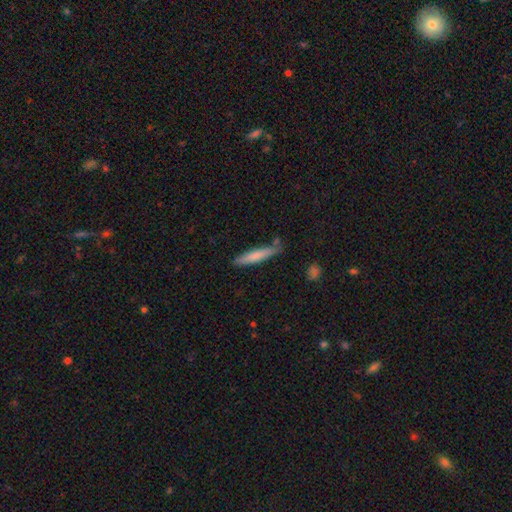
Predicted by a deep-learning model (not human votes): Q: Smooth or featured?
A: smooth (73%); runner-up: featured or disk (21%)
Q: How rounded?
A: cigar-shaped (91%); runner-up: in between (8%)
Q: Merging?
A: none (79%); runner-up: minor disturbance (14%)